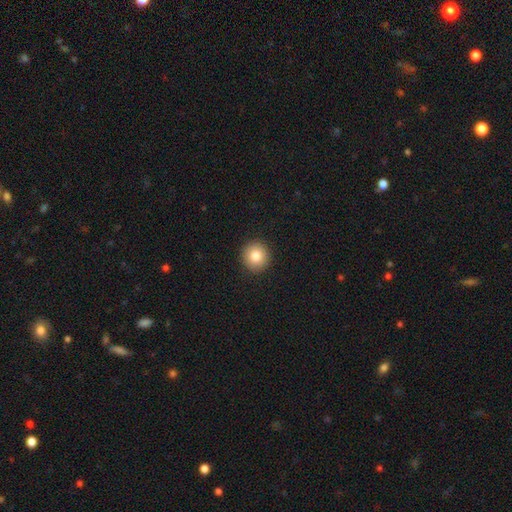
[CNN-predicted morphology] Smooth or featured?
  - smooth: 83% *
  - star or artifact: 9%
  - featured or disk: 8%
How rounded?
  - round: 93% *
  - in between: 6%
  - cigar-shaped: 1%
Merging?
  - none: 92% *
  - minor disturbance: 5%
  - major disturbance: 2%
  - merger: 1%